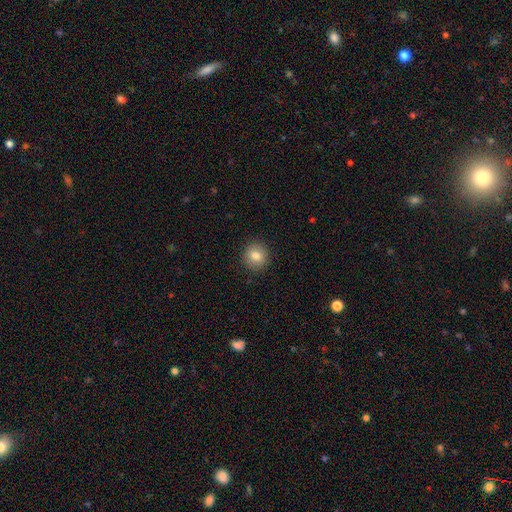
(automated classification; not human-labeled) The model was most divided on "smooth or featured": smooth: 82%, star or artifact: 10%, featured or disk: 9%. More confident: merging — none (91%); how rounded — round (90%).